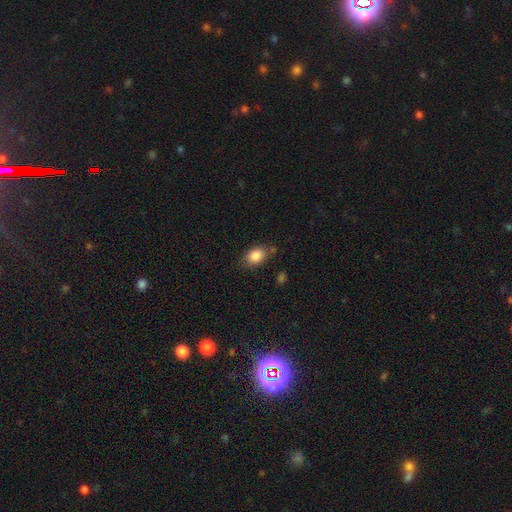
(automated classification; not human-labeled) Smooth or featured? smooth (86%)
How rounded? in between (76%)
Merging? none (72%)